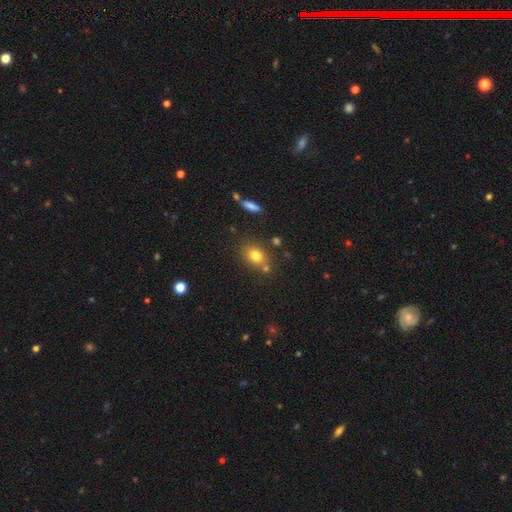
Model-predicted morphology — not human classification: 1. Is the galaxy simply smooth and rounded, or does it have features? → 76% smooth, 12% star or artifact, 11% featured or disk.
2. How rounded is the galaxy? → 64% in between, 34% round, 2% cigar-shaped.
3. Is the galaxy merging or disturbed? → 72% none, 13% minor disturbance, 12% merger, 4% major disturbance.